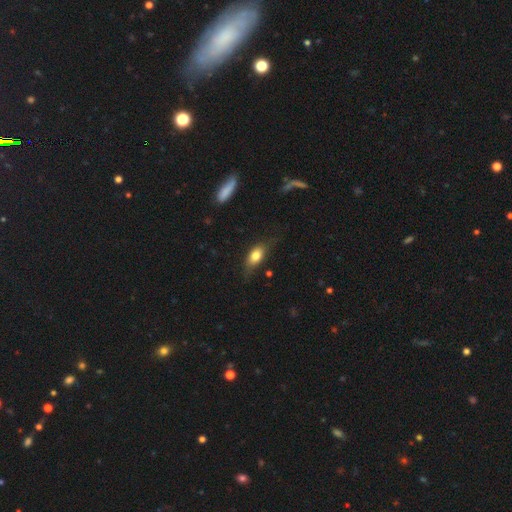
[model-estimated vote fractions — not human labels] This appears to be a smooth galaxy with no disk features (78%) that is in between round and cigar-shaped (82%). Merging: none (65%).